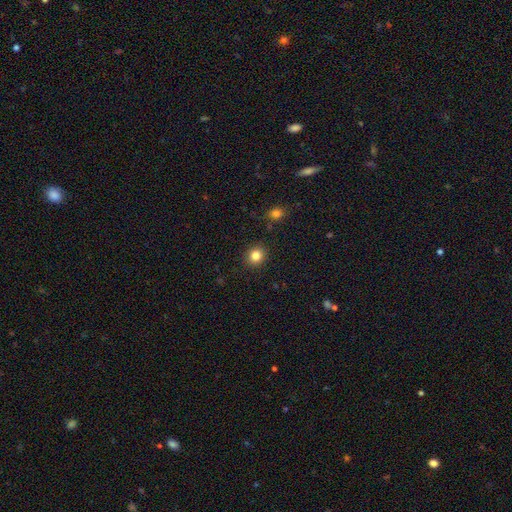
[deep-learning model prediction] Morphology: type=smooth (83%); roundness=round (80%); merging=none (89%).